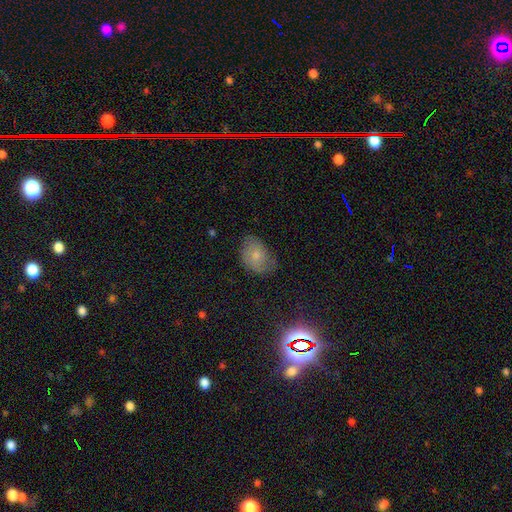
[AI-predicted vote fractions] Q: Smooth or featured?
A: smooth (61%); runner-up: featured or disk (30%)
Q: How rounded?
A: in between (76%); runner-up: round (23%)
Q: Merging?
A: none (61%); runner-up: minor disturbance (28%)